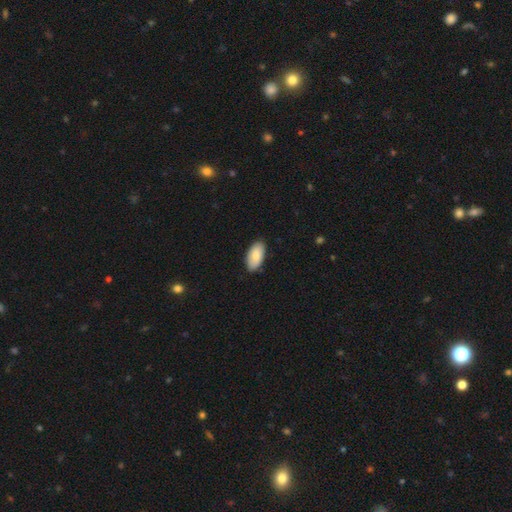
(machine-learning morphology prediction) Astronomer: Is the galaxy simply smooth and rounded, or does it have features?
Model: smooth — 83%.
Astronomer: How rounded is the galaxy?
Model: in between — 95%.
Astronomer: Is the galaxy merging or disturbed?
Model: none — 85%.